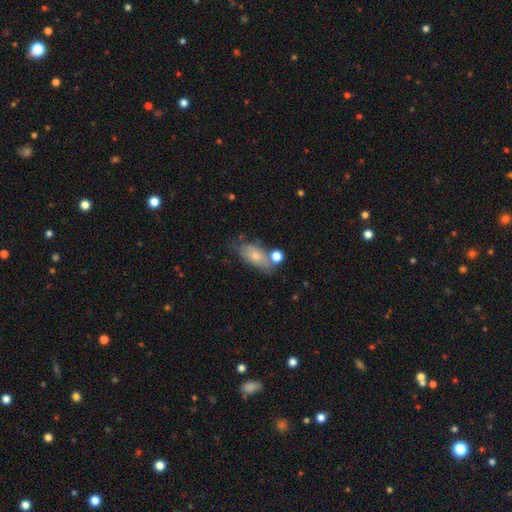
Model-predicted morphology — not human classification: A smooth galaxy with no disk features (72%) that is in between round and cigar-shaped (85%). Merging: none (54%).